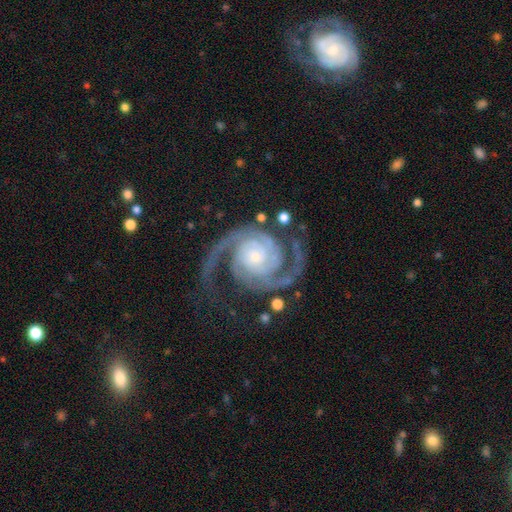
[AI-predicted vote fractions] Morphology: type=featured or disk (93%); edge-on=no (98%); bar=no (74%); spiral arms=yes (99%); winding=tight (50%); arm count=2 (84%); bulge=small (71%); merging=none (70%).